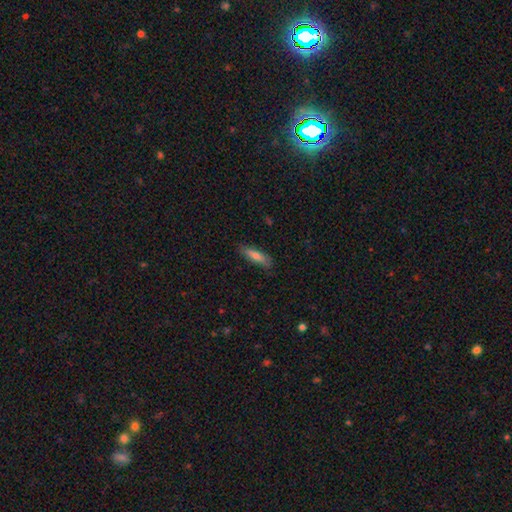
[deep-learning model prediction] Smooth or featured? smooth (65%)
How rounded? cigar-shaped (70%)
Merging? none (83%)